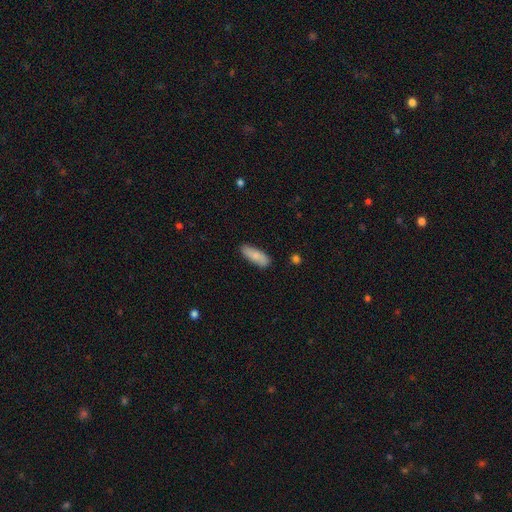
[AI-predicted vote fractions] Smooth or featured? smooth (81%)
How rounded? in between (65%)
Merging? none (83%)